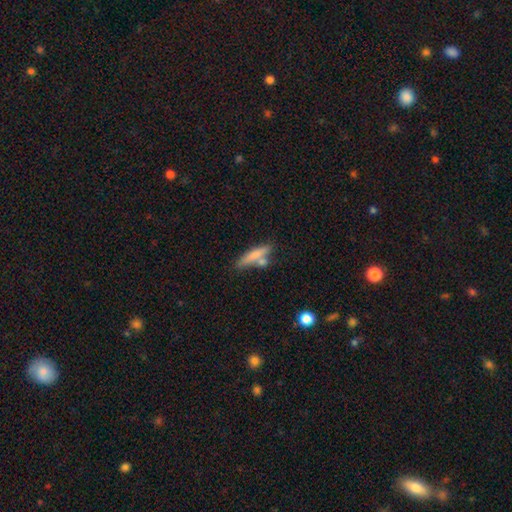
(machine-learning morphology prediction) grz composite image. It shows a smooth galaxy with no disk features (70%) that is cigar-shaped (79%). Merging: none (56%).